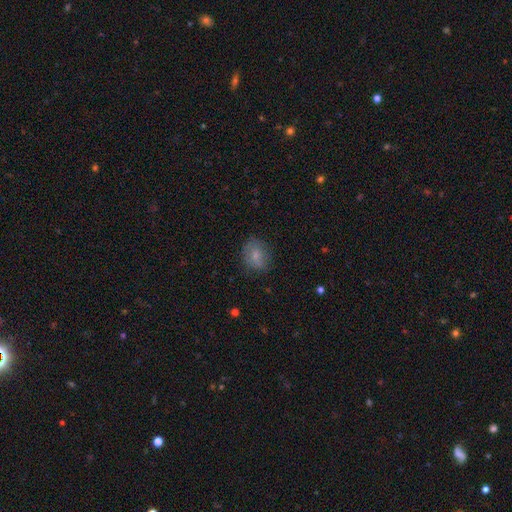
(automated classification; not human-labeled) smooth-or-featured: smooth: 74% | featured or disk: 17% | star or artifact: 9%
  how-rounded: in between: 52% | round: 47% | cigar-shaped: 1%
  merging: none: 71% | minor disturbance: 21% | major disturbance: 7% | merger: 1%